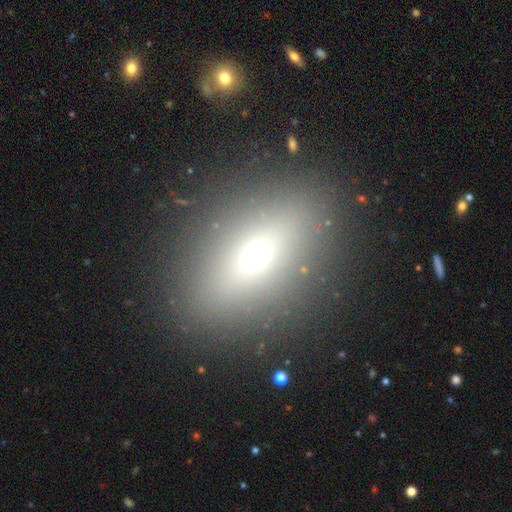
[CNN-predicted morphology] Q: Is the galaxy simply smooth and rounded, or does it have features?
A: smooth — 61%.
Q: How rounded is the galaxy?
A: in between — 71%.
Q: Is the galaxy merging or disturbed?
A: none — 85%.